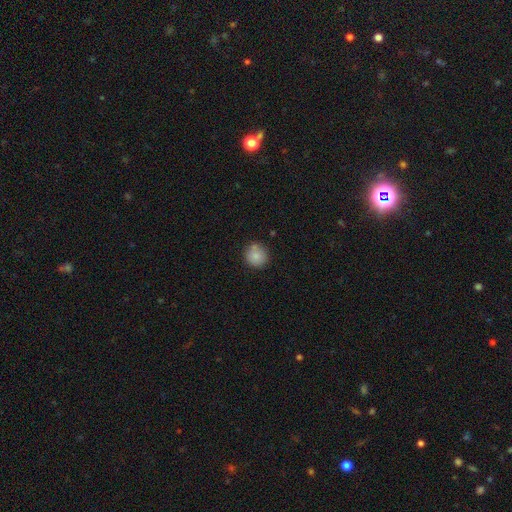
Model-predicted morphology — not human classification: This is clearly a smooth galaxy (83%). How rounded: clearly round (92%). Merging: likely none (76%).